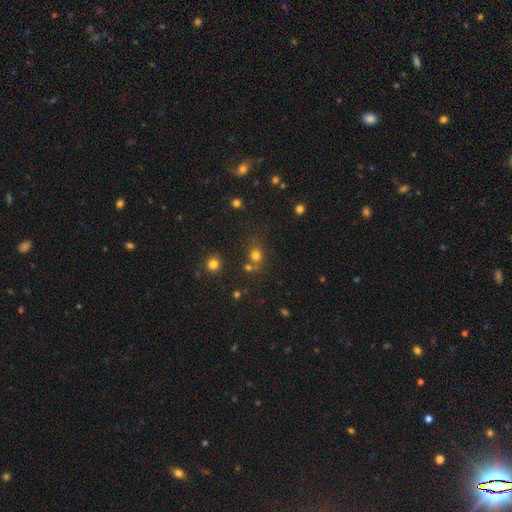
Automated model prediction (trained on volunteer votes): Overall: smooth (73%). How rounded: round (78%). Merging: none (62%).